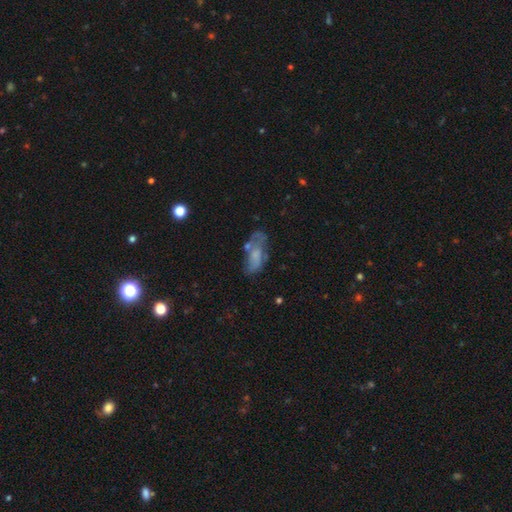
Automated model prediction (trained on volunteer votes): smooth_or_featured: smooth (p=0.46) [alt: featured or disk p=0.43]
merging: none (p=0.39) [alt: minor disturbance p=0.26]